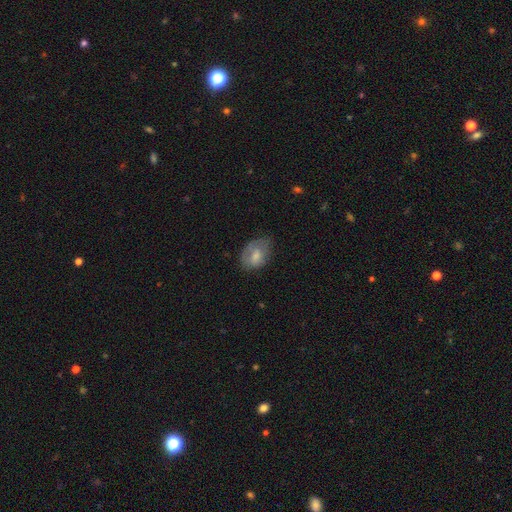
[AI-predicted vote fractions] This appears to be a smooth galaxy with no disk features (66%) that is in between round and cigar-shaped (79%). Merging: none (49%).